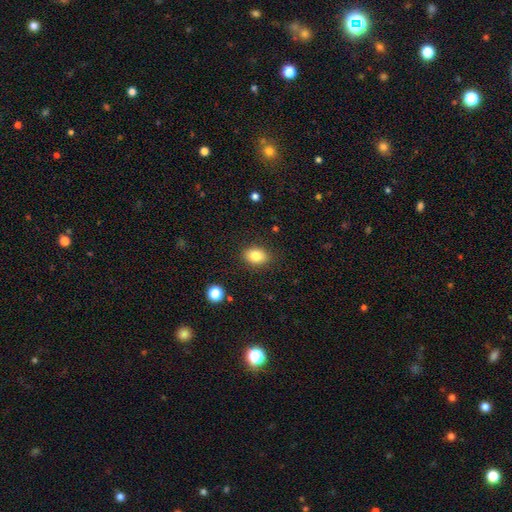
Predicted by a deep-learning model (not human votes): Smooth or featured?
  - smooth: 83% *
  - star or artifact: 10%
  - featured or disk: 8%
How rounded?
  - in between: 73% *
  - round: 26%
  - cigar-shaped: 1%
Merging?
  - none: 87% *
  - minor disturbance: 9%
  - major disturbance: 3%
  - merger: 1%